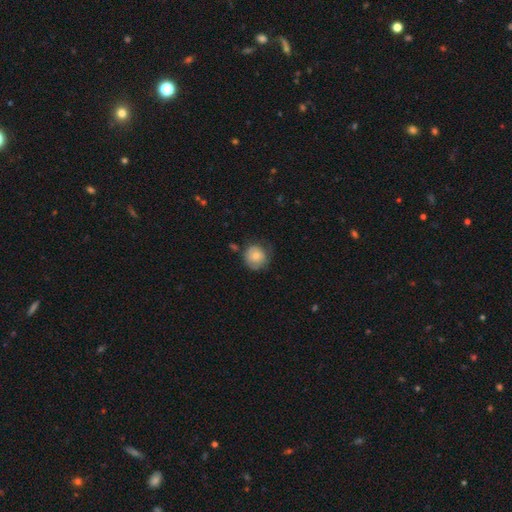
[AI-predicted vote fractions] This appears to be a smooth galaxy with no disk features (70%) that is round (89%). Merging: none (63%).